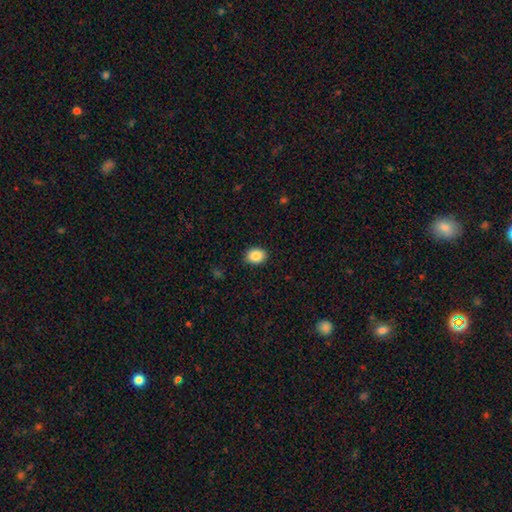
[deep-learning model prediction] Q: Smooth or featured?
A: smooth (88%); runner-up: star or artifact (8%)
Q: How rounded?
A: in between (58%); runner-up: round (41%)
Q: Merging?
A: none (88%); runner-up: minor disturbance (9%)